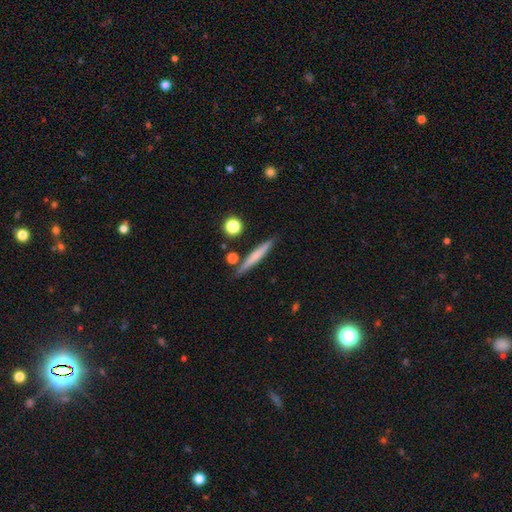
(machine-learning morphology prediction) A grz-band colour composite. It shows a smooth galaxy with no disk features (57%) that is cigar-shaped (94%). Merging: none (85%).